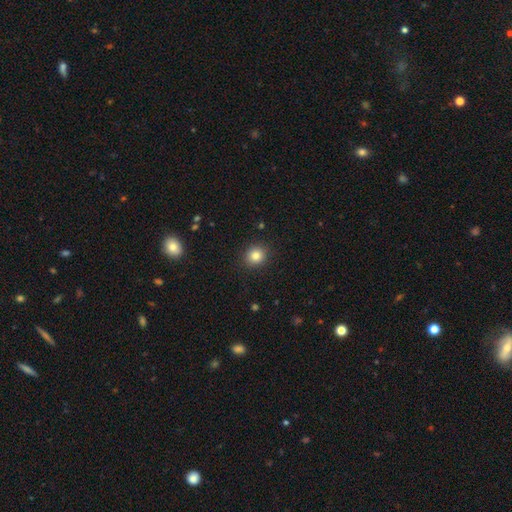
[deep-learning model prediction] Morphology: type=smooth (82%); roundness=round (87%); merging=none (91%).